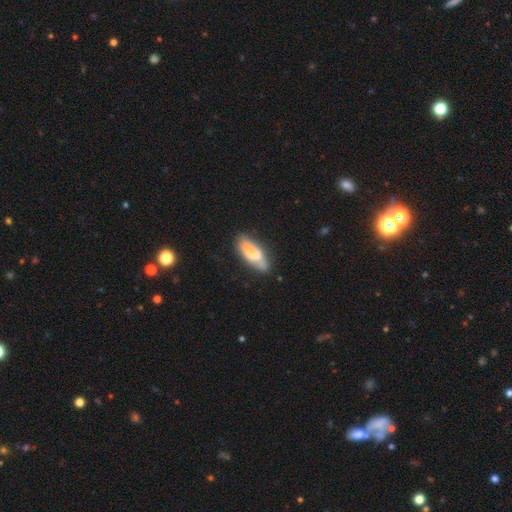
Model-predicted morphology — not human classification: Smooth or featured?
  - smooth: 60% *
  - featured or disk: 33%
  - star or artifact: 7%
How rounded?
  - in between: 72% *
  - cigar-shaped: 26%
  - round: 2%
Merging?
  - none: 55% *
  - minor disturbance: 27%
  - merger: 10%
  - major disturbance: 9%